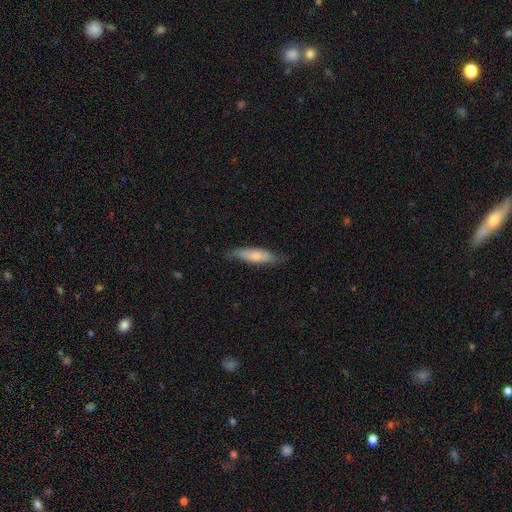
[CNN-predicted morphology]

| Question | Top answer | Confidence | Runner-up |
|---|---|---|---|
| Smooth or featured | smooth | 65% | featured or disk (29%) |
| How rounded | cigar-shaped | 59% | in between (40%) |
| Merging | none | 70% | minor disturbance (24%) |